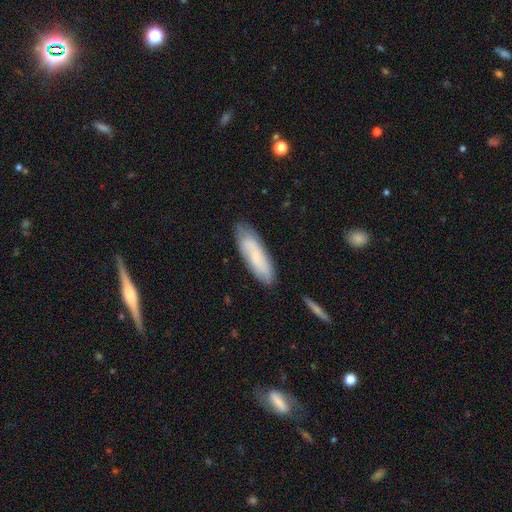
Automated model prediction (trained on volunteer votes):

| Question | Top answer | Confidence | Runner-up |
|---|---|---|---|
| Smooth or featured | smooth | 66% | featured or disk (26%) |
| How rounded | cigar-shaped | 51% | in between (48%) |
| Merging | none | 77% | minor disturbance (17%) |